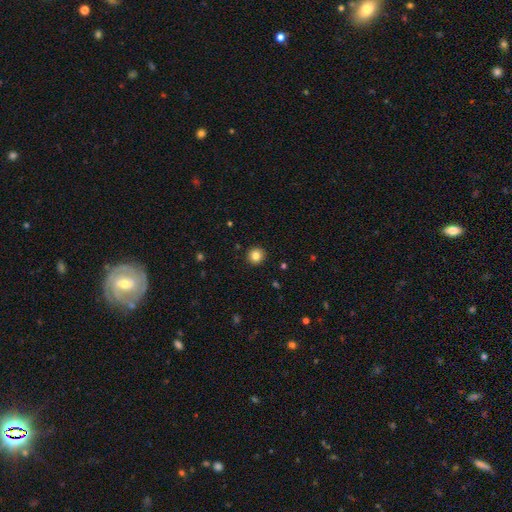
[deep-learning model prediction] Smooth or featured?
  - smooth: 83% *
  - star or artifact: 11%
  - featured or disk: 6%
How rounded?
  - round: 93% *
  - in between: 6%
  - cigar-shaped: 1%
Merging?
  - none: 93% *
  - minor disturbance: 5%
  - major disturbance: 2%
  - merger: 1%